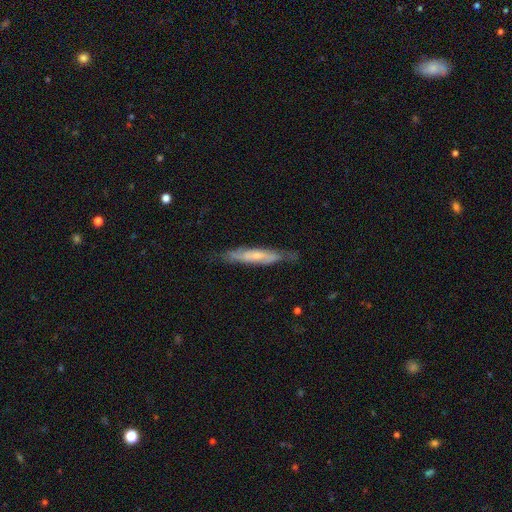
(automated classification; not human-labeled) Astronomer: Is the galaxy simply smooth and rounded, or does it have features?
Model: featured or disk — 59% (runner-up: smooth, 35%).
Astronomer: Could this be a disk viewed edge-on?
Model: yes — 60% (runner-up: no, 40%).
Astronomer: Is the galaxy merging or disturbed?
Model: none — 74%.